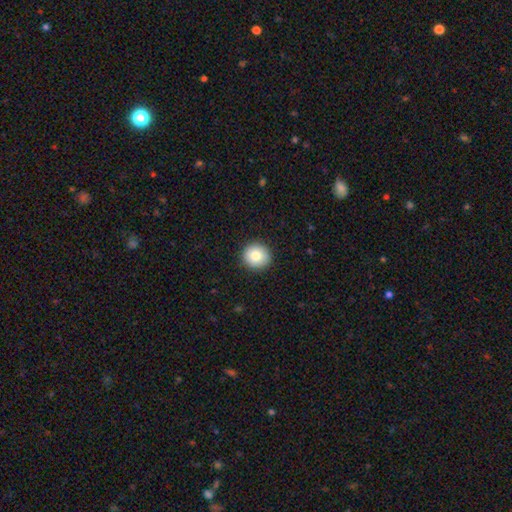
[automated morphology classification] smooth-or-featured: smooth: 82% | featured or disk: 10% | star or artifact: 9%
  how-rounded: round: 93% | in between: 6% | cigar-shaped: 1%
  merging: none: 92% | minor disturbance: 6% | major disturbance: 2% | merger: 1%